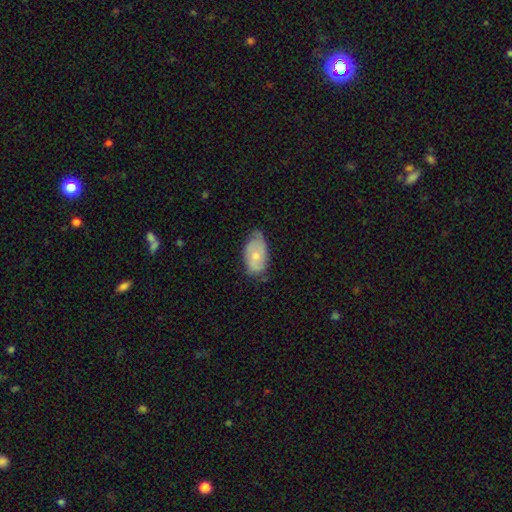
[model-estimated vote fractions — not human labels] Smooth or featured? Predicted: smooth (p=0.56). How rounded? Predicted: in between (p=0.93). Merging? Predicted: none (p=0.56).